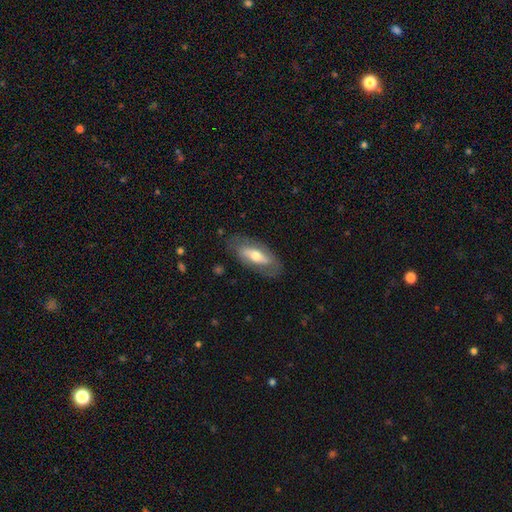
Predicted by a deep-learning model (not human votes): smooth-or-featured: smooth: 48% | featured or disk: 46% | star or artifact: 6%
  merging: none: 76% | minor disturbance: 16% | major disturbance: 6% | merger: 1%